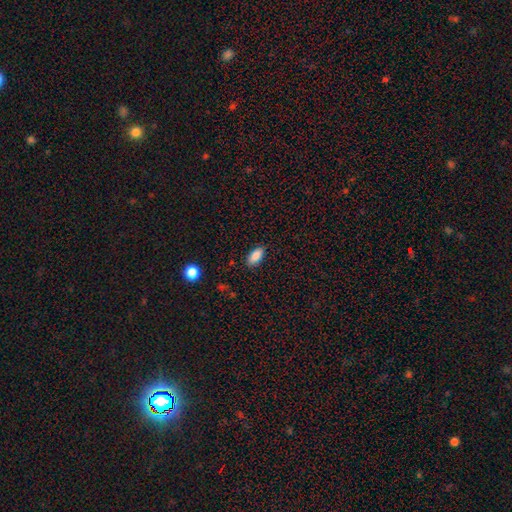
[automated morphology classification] This is clearly a smooth galaxy (87%). How rounded: clearly in between (90%). Merging: clearly none (86%).